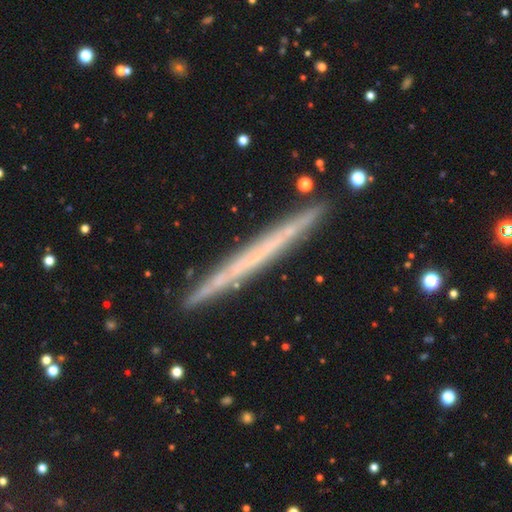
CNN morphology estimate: The model was most divided on "smooth or featured": featured or disk: 56%, smooth: 36%, star or artifact: 7%. More confident: edge-on disk — yes (97%); edge-on bulge — none (94%); merging — none (90%).